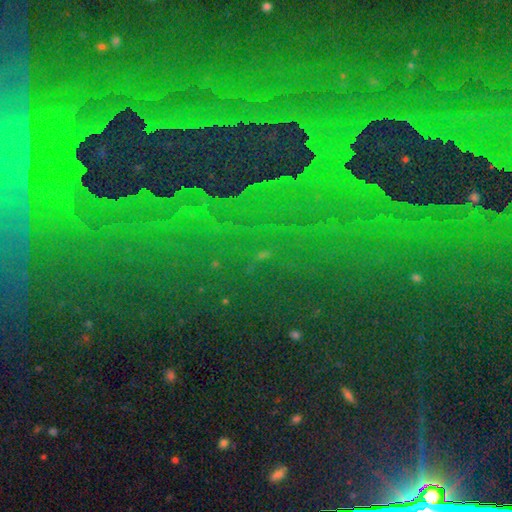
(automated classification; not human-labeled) Smooth or featured: star or artifact — 85% (featured or disk — 7%)